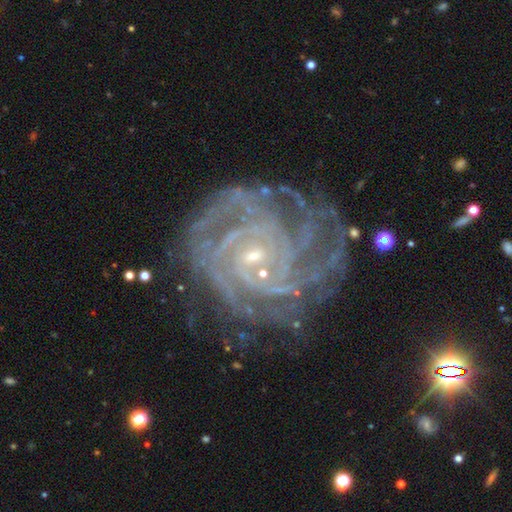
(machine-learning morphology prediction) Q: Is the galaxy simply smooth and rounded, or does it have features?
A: featured or disk — 90%.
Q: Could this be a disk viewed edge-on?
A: no — 98%.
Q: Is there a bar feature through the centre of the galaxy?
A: no — 56%.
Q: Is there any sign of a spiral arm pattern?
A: yes — 98%.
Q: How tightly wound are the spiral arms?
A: tight — 80%.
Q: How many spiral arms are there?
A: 4 — 23%.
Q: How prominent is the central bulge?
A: small — 79%.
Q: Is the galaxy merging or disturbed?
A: none — 73%.